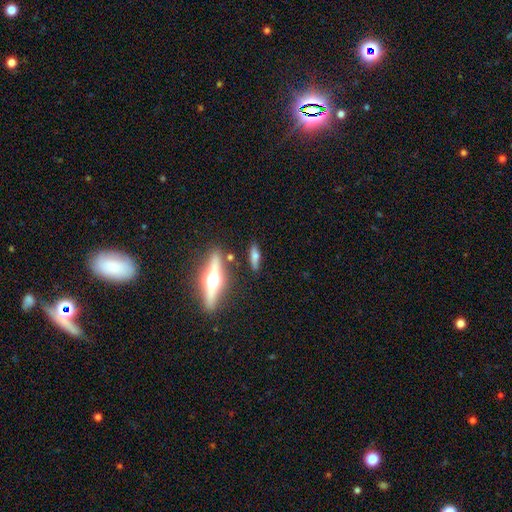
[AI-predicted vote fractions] Overall: smooth (48%; featured or disk 42%). Merging: none (78%).